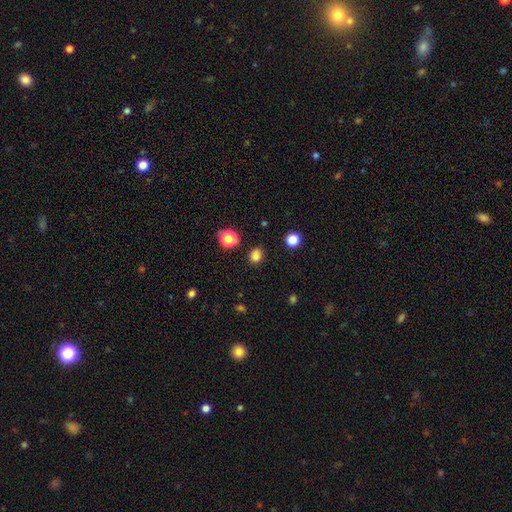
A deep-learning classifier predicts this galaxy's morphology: A smooth galaxy with no disk features (81%) that is round (65%). Merging: none (84%).